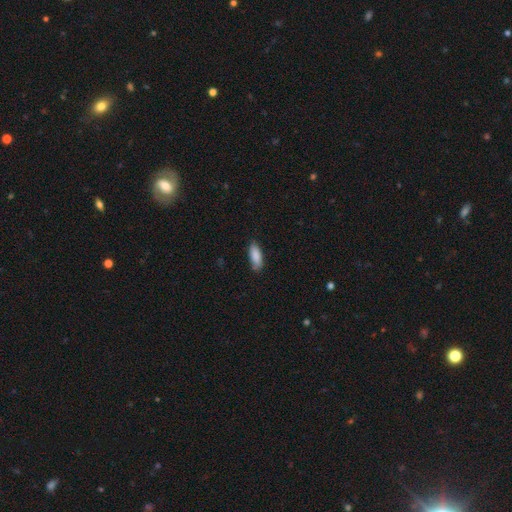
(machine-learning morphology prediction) A smooth galaxy with no disk features (88%) that is in between round and cigar-shaped (74%).

Vote fractions:
- Smooth or featured? smooth: 88% / featured or disk: 6% / star or artifact: 6%
- How rounded? in between: 74% / cigar-shaped: 24% / round: 2%
- Merging? none: 79% / minor disturbance: 17% / major disturbance: 3% / merger: 1%